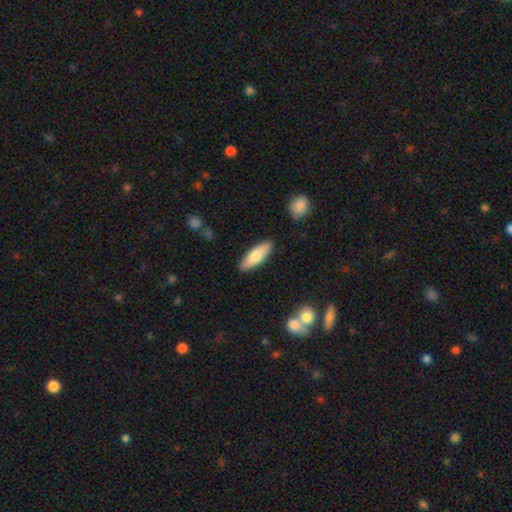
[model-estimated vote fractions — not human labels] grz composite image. It shows a smooth galaxy with no disk features (73%) that is cigar-shaped (50%). Merging: none (88%).